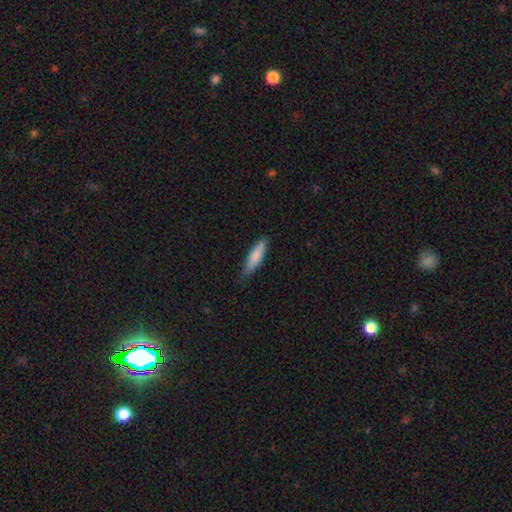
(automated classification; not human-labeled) A smooth galaxy with no disk features (81%) that is cigar-shaped (70%).

Vote fractions:
- Smooth or featured? smooth: 81% / featured or disk: 13% / star or artifact: 6%
- How rounded? cigar-shaped: 70% / in between: 29% / round: 1%
- Merging? none: 78% / minor disturbance: 18% / major disturbance: 3% / merger: 1%